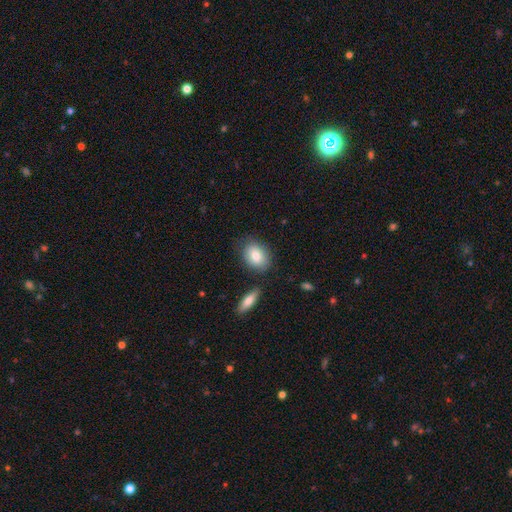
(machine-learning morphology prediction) smooth-or-featured: smooth: 80% | featured or disk: 13% | star or artifact: 7%
  how-rounded: in between: 72% | round: 26% | cigar-shaped: 2%
  merging: none: 77% | minor disturbance: 13% | merger: 7% | major disturbance: 4%